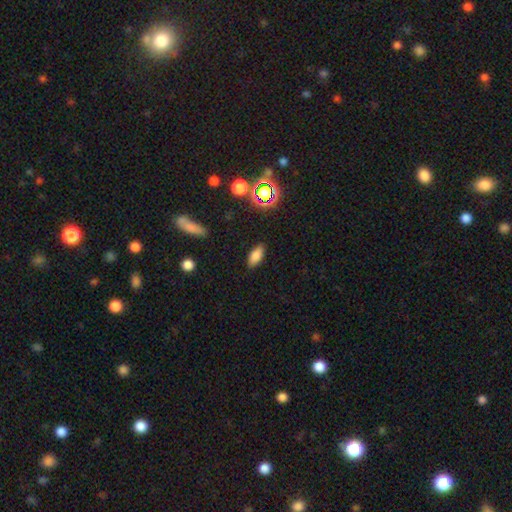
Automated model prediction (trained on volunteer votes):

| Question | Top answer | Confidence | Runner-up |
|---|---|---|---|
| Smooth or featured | smooth | 78% | star or artifact (12%) |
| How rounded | in between | 83% | cigar-shaped (13%) |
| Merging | none | 85% | minor disturbance (11%) |